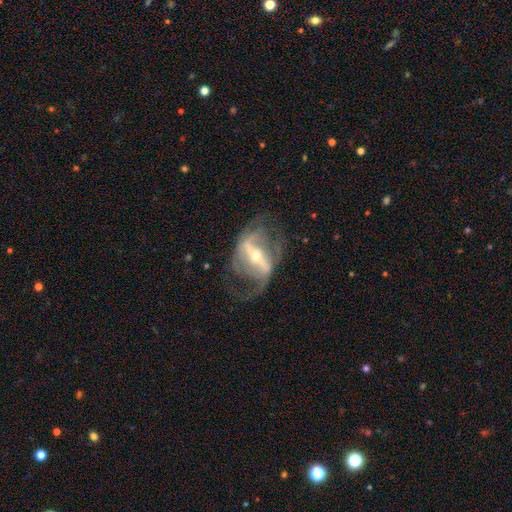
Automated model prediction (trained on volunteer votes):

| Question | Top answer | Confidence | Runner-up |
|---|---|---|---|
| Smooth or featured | featured or disk | 87% | smooth (7%) |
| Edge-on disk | no | 93% | yes (7%) |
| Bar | strong | 73% | weak (19%) |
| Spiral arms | yes | 85% | no (15%) |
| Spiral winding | loose | 46% | medium (41%) |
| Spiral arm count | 2 | 79% | can't tell (10%) |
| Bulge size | small | 56% | moderate (40%) |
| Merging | none | 56% | major disturbance (25%) |